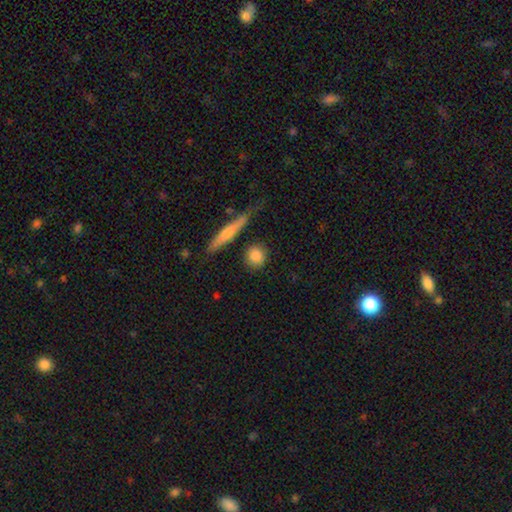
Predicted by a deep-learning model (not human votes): The model was most divided on "how rounded": round: 78%, in between: 13%, cigar-shaped: 8%. More confident: smooth or featured — smooth (83%); merging — none (81%).